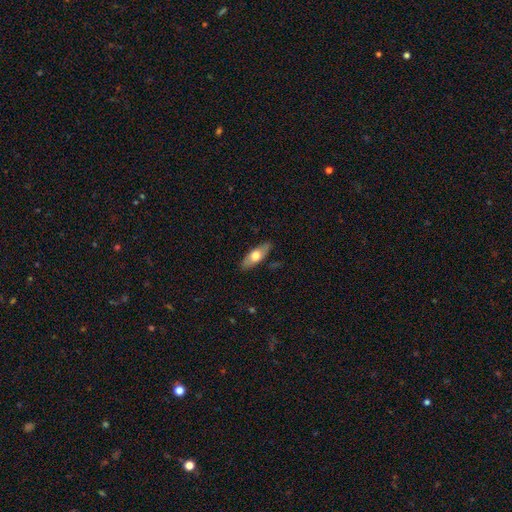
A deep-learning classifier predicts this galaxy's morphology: smooth-or-featured: smooth: 58% | featured or disk: 36% | star or artifact: 6%
  how-rounded: in between: 69% | cigar-shaped: 28% | round: 3%
  merging: none: 87% | minor disturbance: 10% | major disturbance: 2% | merger: 1%